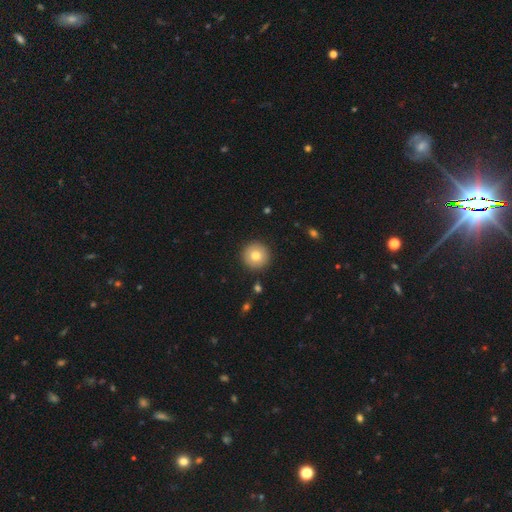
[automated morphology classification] This is likely a smooth galaxy (77%). How rounded: clearly round (96%). Merging: clearly none (92%).